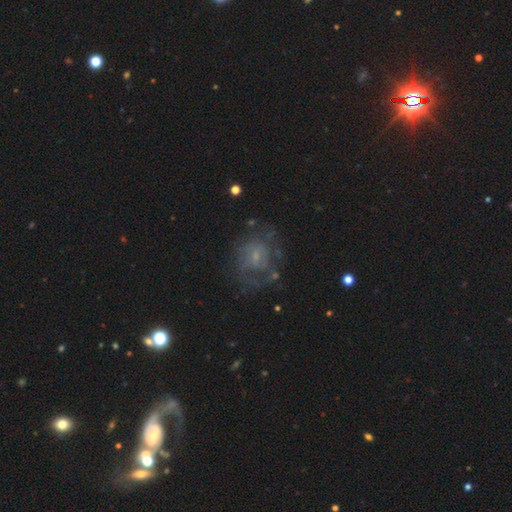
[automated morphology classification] Overall: featured or disk (59%; smooth 26%). Edge-on disk: no (97%). Bar: no (69%). Spiral arms: yes (58%; no 42%). Bulge size: small (63%). Merging: none (58%; major disturbance 21%).